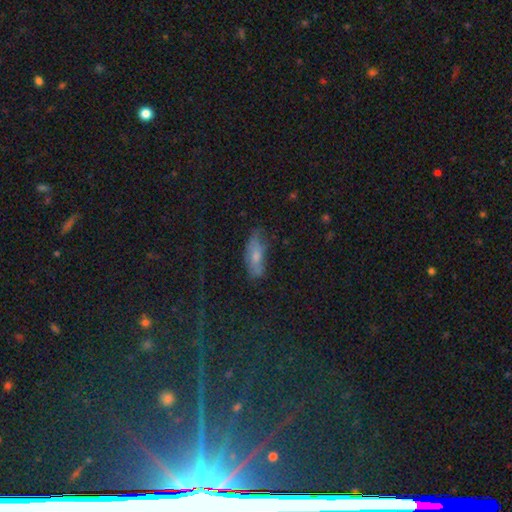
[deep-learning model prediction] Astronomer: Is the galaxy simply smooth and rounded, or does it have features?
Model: smooth — 58%.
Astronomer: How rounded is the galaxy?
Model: in between — 67%.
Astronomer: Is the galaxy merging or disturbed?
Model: none — 63%.